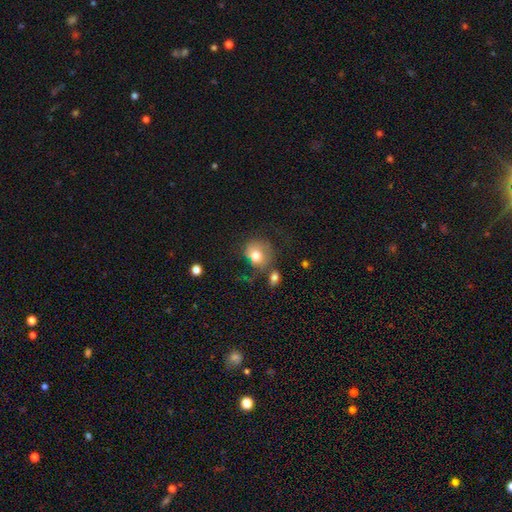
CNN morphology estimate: Overall: smooth (74%). How rounded: round (70%). Merging: none (44%; minor disturbance 22%).